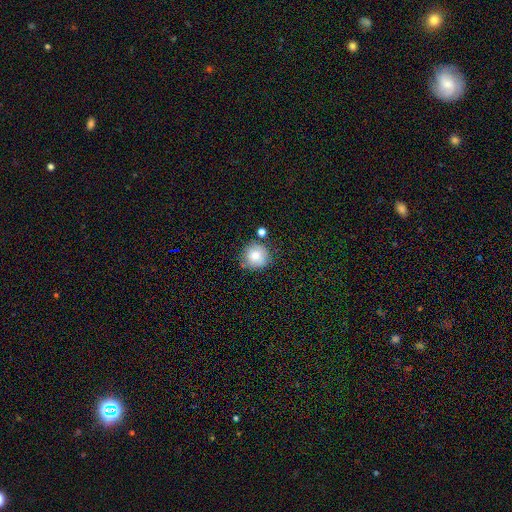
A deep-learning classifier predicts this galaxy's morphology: A smooth galaxy with no disk features (78%) that is round (92%). Merging: none (70%).